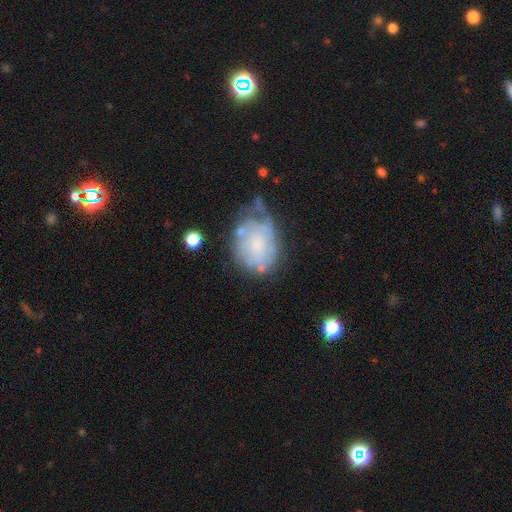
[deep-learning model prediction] Overall: featured or disk (56%; smooth 36%). Edge-on disk: no (97%). Bar: no (80%). Spiral arms: yes (52%; no 48%). Bulge size: small (50%; none 23%). Merging: none (37%; minor disturbance 29%).